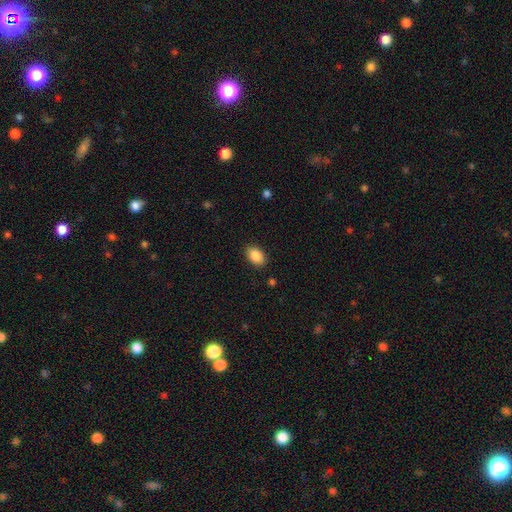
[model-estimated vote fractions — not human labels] The model was most divided on "how rounded": in between: 88%, round: 11%, cigar-shaped: 1%. More confident: smooth or featured — smooth (88%); merging — none (88%).